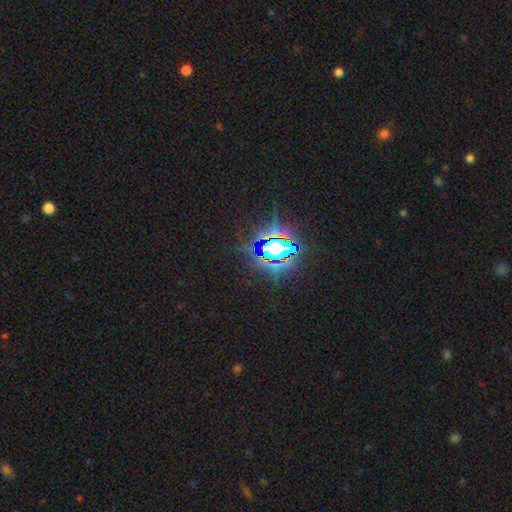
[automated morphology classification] A star or artifact, not a galaxy (82%).

Vote fractions:
- Smooth or featured? star or artifact: 82% / smooth: 10% / featured or disk: 8%